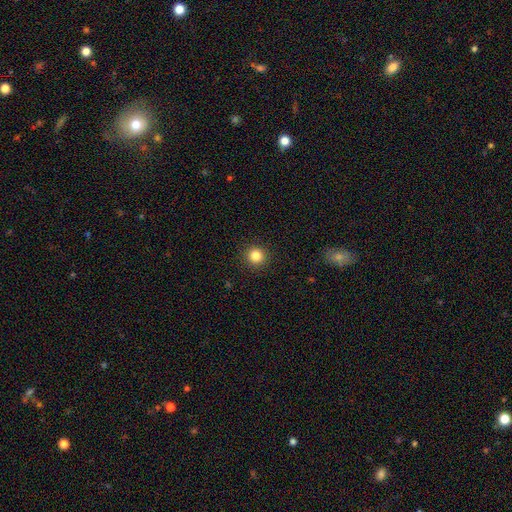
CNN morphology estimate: This is clearly a smooth galaxy (84%). How rounded: clearly round (95%). Merging: clearly none (92%).